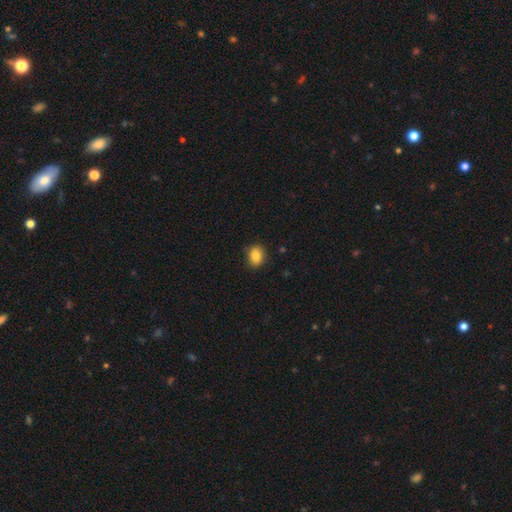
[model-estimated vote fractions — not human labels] Smooth or featured? smooth (84%)
How rounded? in between (53%)
Merging? none (87%)